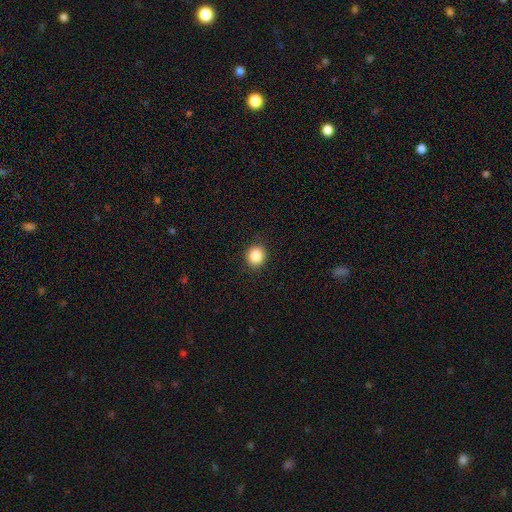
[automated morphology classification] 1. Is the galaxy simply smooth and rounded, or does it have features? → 87% smooth, 10% star or artifact, 4% featured or disk.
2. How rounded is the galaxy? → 83% round, 16% in between, 1% cigar-shaped.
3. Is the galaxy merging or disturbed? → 91% none, 6% minor disturbance, 2% major disturbance, 1% merger.